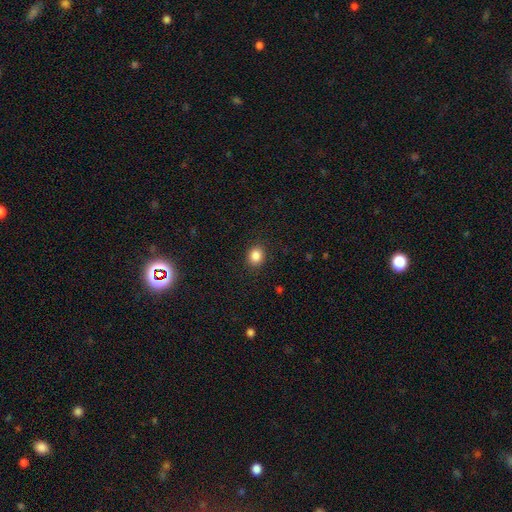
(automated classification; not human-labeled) Smooth or featured?
  - smooth: 86% *
  - star or artifact: 10%
  - featured or disk: 4%
How rounded?
  - round: 67% *
  - in between: 32%
  - cigar-shaped: 1%
Merging?
  - none: 89% *
  - minor disturbance: 8%
  - major disturbance: 3%
  - merger: 1%